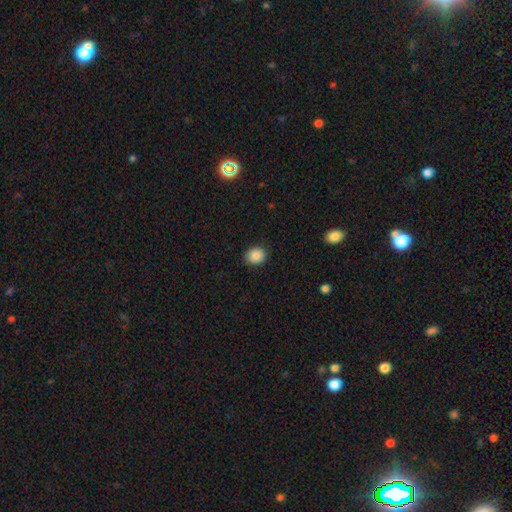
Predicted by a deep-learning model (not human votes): Smooth or featured?
  - smooth: 88% *
  - star or artifact: 9%
  - featured or disk: 3%
How rounded?
  - round: 68% *
  - in between: 31%
  - cigar-shaped: 1%
Merging?
  - none: 88% *
  - minor disturbance: 8%
  - major disturbance: 2%
  - merger: 1%